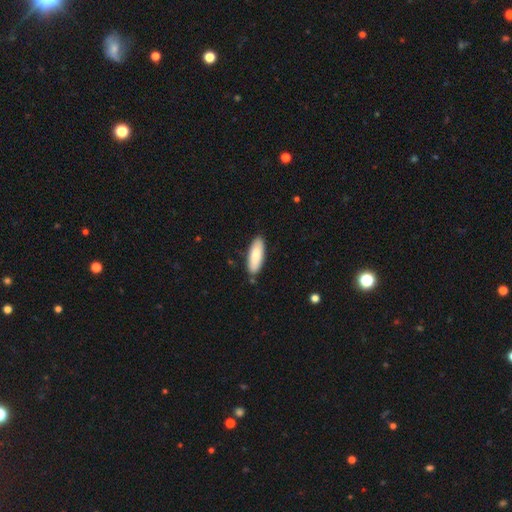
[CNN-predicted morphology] type=smooth (84%); roundness=in between (64%); merging=none (85%).